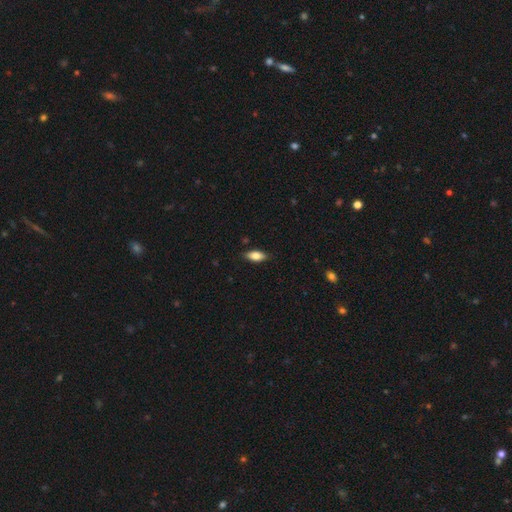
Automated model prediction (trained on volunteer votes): Q: Smooth or featured?
A: smooth (76%); runner-up: featured or disk (17%)
Q: How rounded?
A: in between (80%); runner-up: cigar-shaped (17%)
Q: Merging?
A: none (84%); runner-up: minor disturbance (12%)